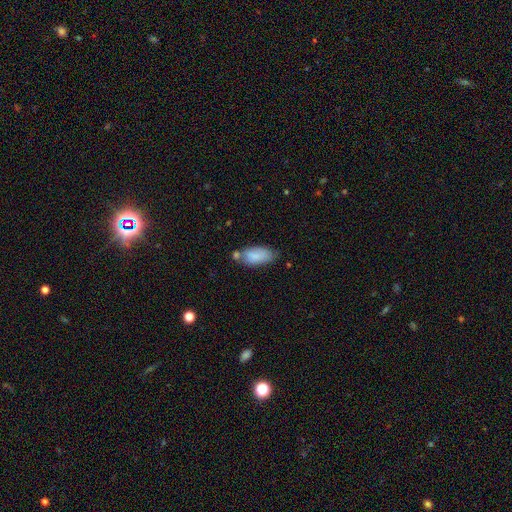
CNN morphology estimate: A smooth galaxy with no disk features (84%) that is in between round and cigar-shaped (87%).

Vote fractions:
- Smooth or featured? smooth: 84% / featured or disk: 9% / star or artifact: 7%
- How rounded? in between: 87% / cigar-shaped: 10% / round: 2%
- Merging? none: 50% / minor disturbance: 23% / merger: 20% / major disturbance: 6%